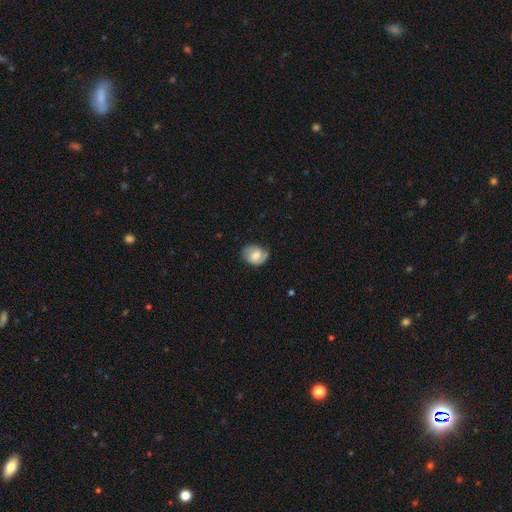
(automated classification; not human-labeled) A featured or disk galaxy (57%) with no bar (52%), spiral arms (87%) and a moderate central bulge (58%). Merging: none (74%).